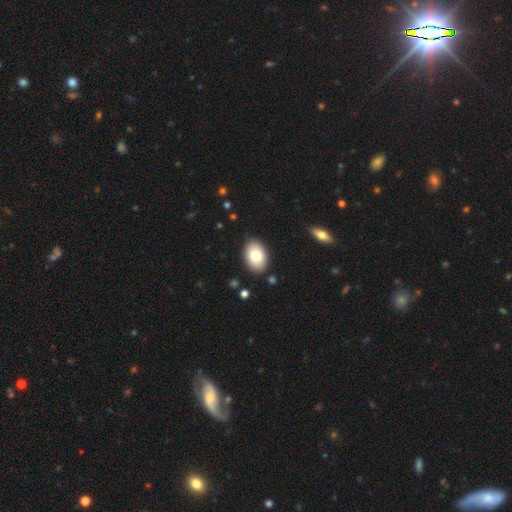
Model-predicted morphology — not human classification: A smooth galaxy with no disk features (77%) that is in between round and cigar-shaped (84%). Merging: none (88%).